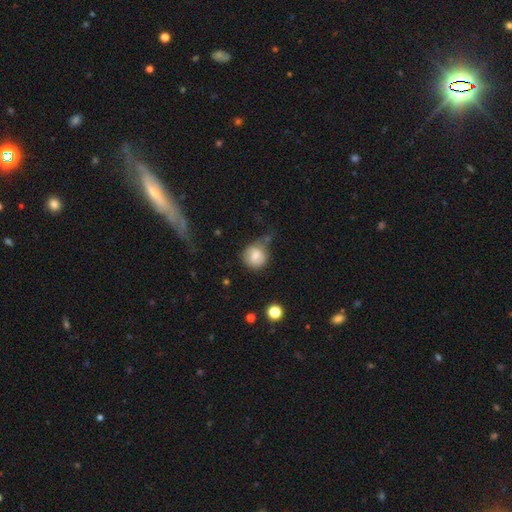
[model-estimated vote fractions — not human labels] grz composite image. It shows a smooth galaxy with no disk features (75%) that is round (84%). Merging: none (45%).